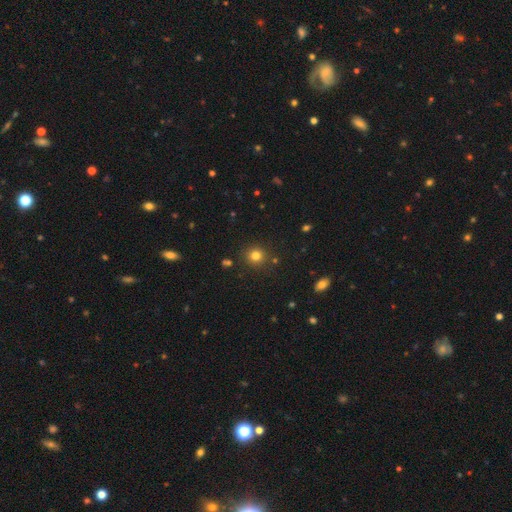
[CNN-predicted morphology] This is likely a smooth galaxy (79%). How rounded: clearly round (90%). Merging: clearly none (86%).